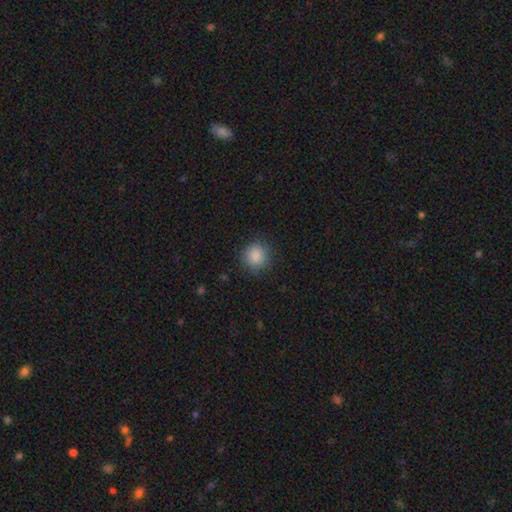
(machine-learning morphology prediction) Q: Smooth or featured?
A: smooth (87%); runner-up: star or artifact (9%)
Q: How rounded?
A: round (90%); runner-up: in between (9%)
Q: Merging?
A: none (86%); runner-up: minor disturbance (10%)